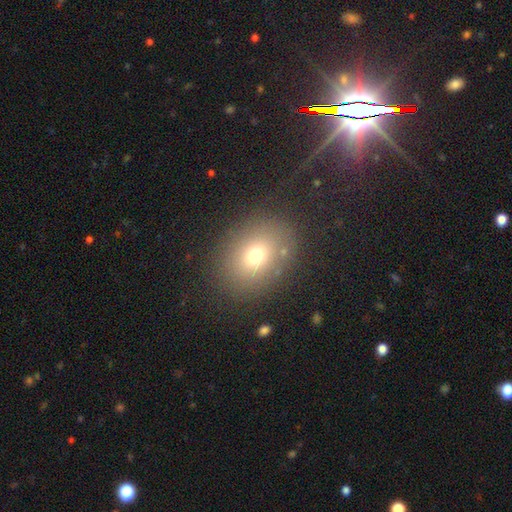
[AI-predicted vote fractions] smooth 70%, star or artifact 15%, featured or disk 14%. Down the decision tree: how rounded — in between (55%); merging — none (80%).